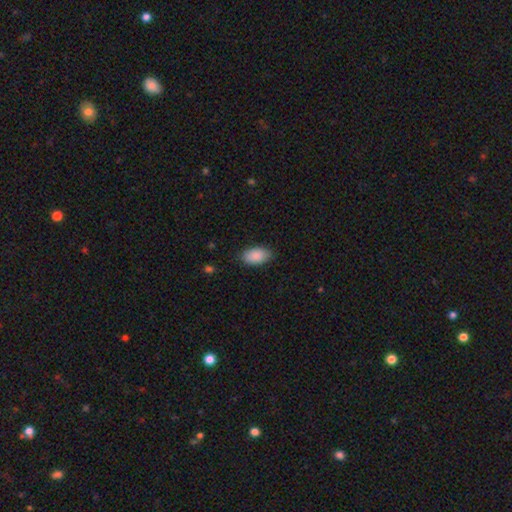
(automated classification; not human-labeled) Overall: smooth (89%). How rounded: in between (94%). Merging: none (84%).